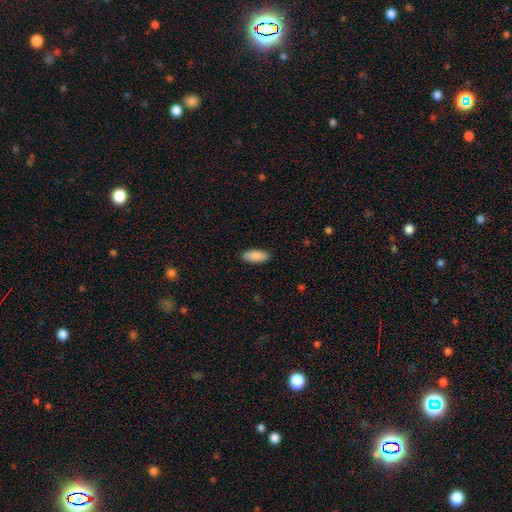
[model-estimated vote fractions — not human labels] smooth_or_featured: smooth (p=0.90) [alt: star or artifact p=0.06]
how_rounded: in between (p=0.84) [alt: cigar-shaped p=0.14]
merging: none (p=0.89) [alt: minor disturbance p=0.08]